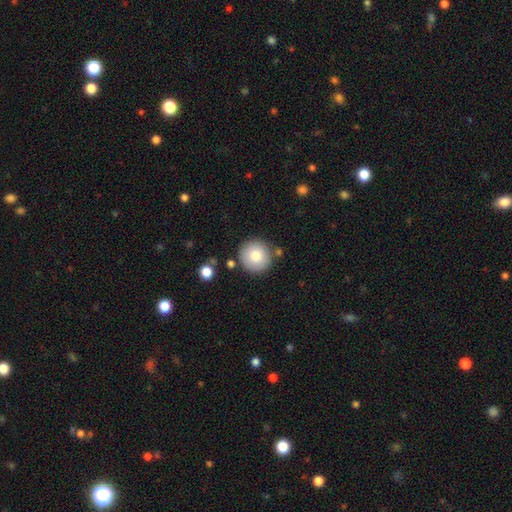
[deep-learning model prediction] This is likely a smooth galaxy (79%). How rounded: clearly round (95%). Merging: clearly none (83%).